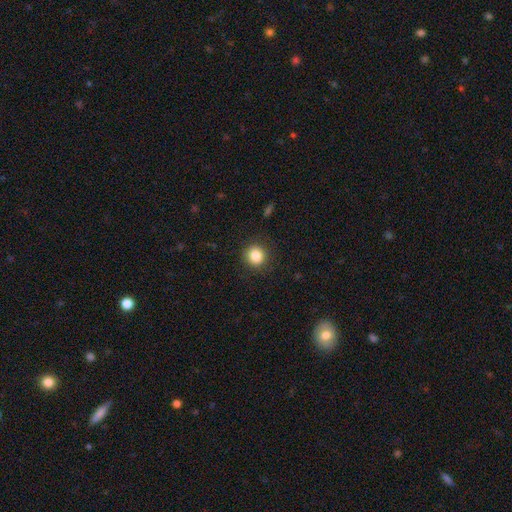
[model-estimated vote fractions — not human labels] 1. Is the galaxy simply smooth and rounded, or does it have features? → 85% smooth, 10% star or artifact, 5% featured or disk.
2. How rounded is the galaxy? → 91% round, 8% in between, 1% cigar-shaped.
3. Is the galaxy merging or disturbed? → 89% none, 7% minor disturbance, 3% major disturbance, 1% merger.